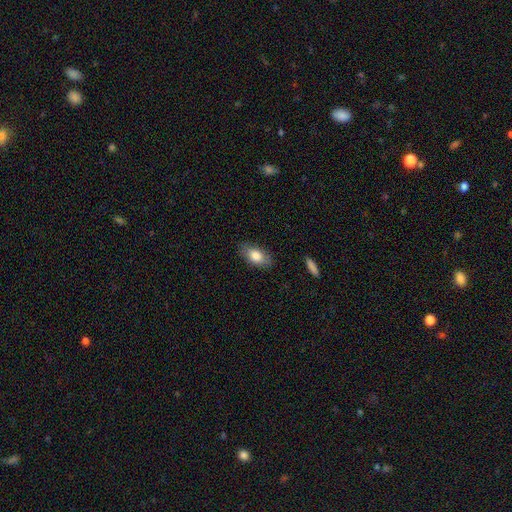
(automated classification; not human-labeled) Smooth or featured?
  - smooth: 80% *
  - featured or disk: 13%
  - star or artifact: 7%
How rounded?
  - in between: 89% *
  - round: 7%
  - cigar-shaped: 4%
Merging?
  - none: 81% *
  - minor disturbance: 15%
  - major disturbance: 3%
  - merger: 1%